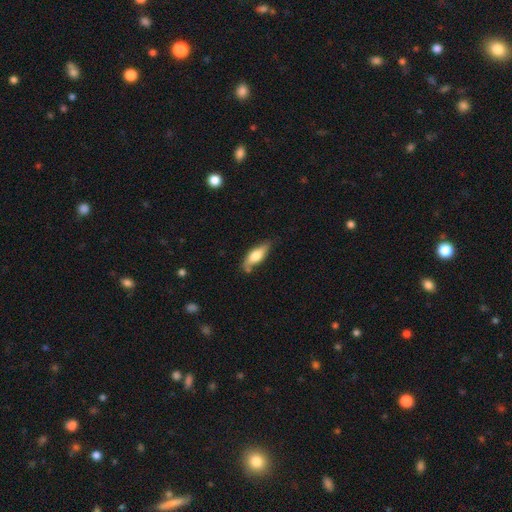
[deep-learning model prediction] Q: Smooth or featured?
A: smooth (65%); runner-up: featured or disk (29%)
Q: How rounded?
A: in between (61%); runner-up: cigar-shaped (36%)
Q: Merging?
A: none (71%); runner-up: minor disturbance (20%)